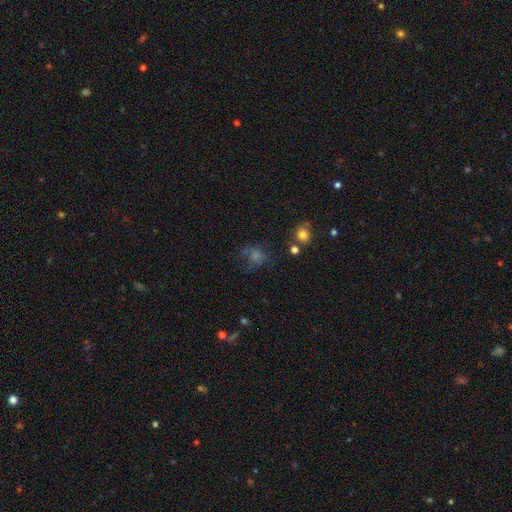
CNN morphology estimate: type=smooth (58%); roundness=round (66%); merging=none (45%).